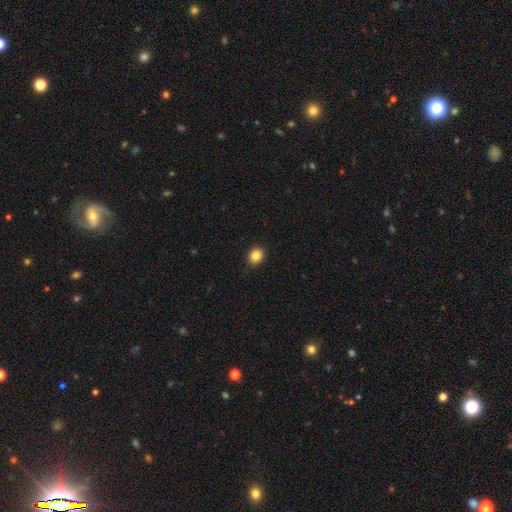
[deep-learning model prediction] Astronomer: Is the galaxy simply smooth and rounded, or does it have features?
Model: smooth — 86%.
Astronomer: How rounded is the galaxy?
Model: round — 71%.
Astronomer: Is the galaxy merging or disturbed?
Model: none — 89%.